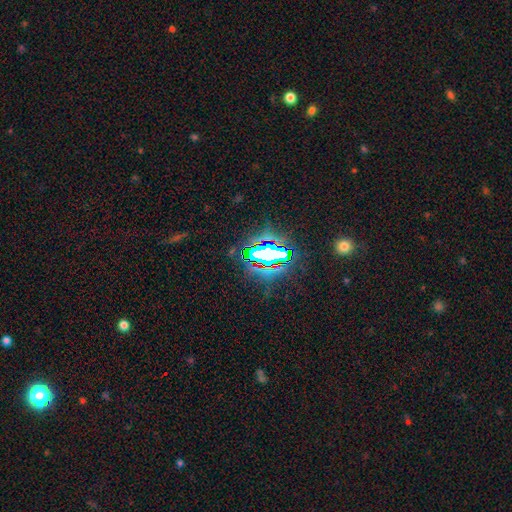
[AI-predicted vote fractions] Overall: star or artifact (70%).